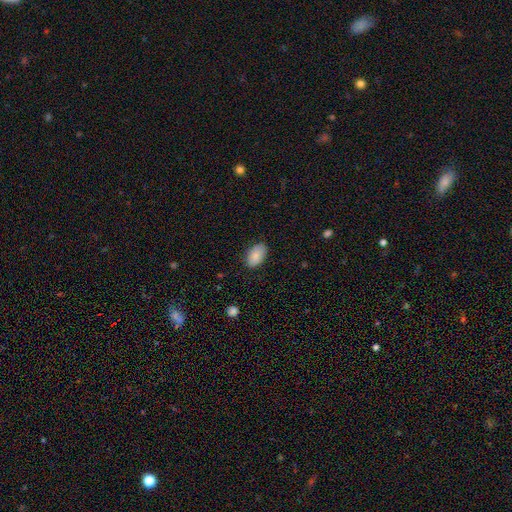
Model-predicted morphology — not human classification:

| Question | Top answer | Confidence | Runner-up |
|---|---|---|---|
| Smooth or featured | smooth | 83% | featured or disk (10%) |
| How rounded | in between | 92% | round (6%) |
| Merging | none | 83% | minor disturbance (13%) |